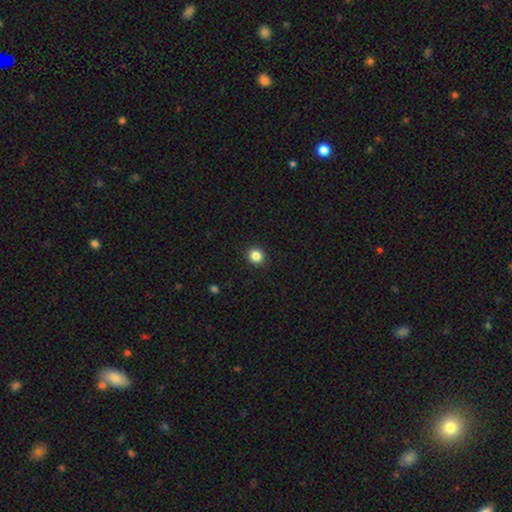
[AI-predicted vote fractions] This appears to be a smooth galaxy with no disk features (85%) that is round (87%). Merging: none (92%).